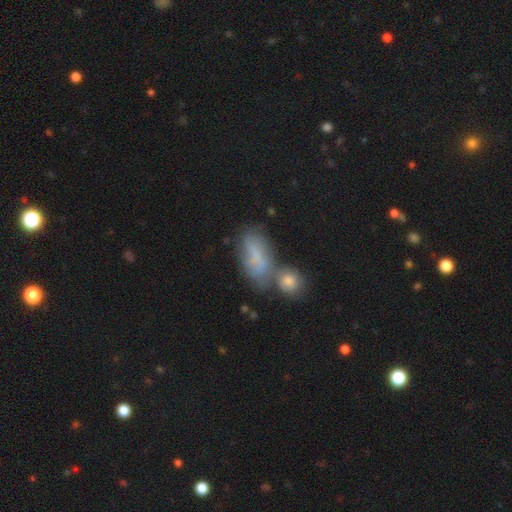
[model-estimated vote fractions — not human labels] Smooth or featured? Predicted: smooth (p=0.53). How rounded? Predicted: in between (p=0.84). Merging? Predicted: none (p=0.37).